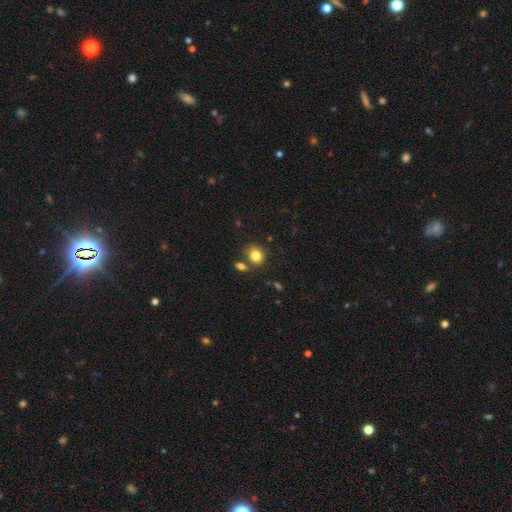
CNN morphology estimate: smooth-or-featured: smooth: 83% | star or artifact: 10% | featured or disk: 7%
  how-rounded: round: 61% | in between: 38% | cigar-shaped: 1%
  merging: none: 71% | merger: 14% | minor disturbance: 12% | major disturbance: 4%